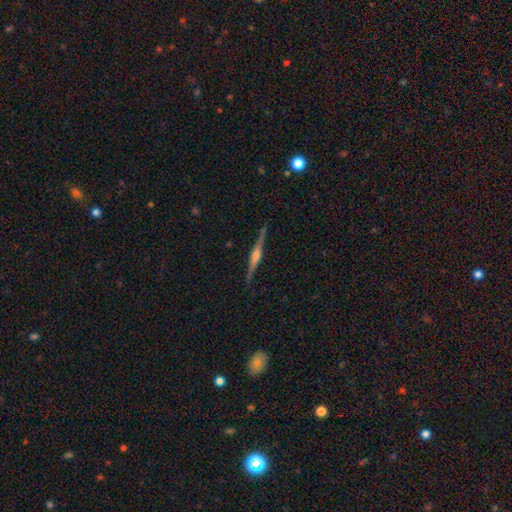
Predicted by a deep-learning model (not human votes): This appears to be a featured or disk galaxy (85%) viewed edge-on (98%) with a rounded central bulge (83%). Merging: none (91%).